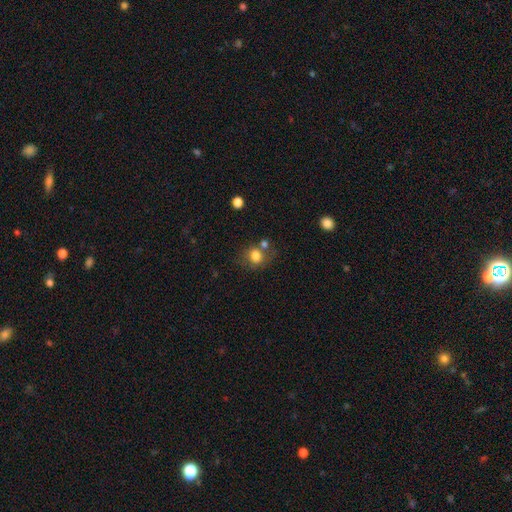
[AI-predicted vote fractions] The model was most divided on "merging": none: 59%, merger: 20%, minor disturbance: 15%, major disturbance: 6%. More confident: smooth or featured — smooth (80%); how rounded — round (70%).